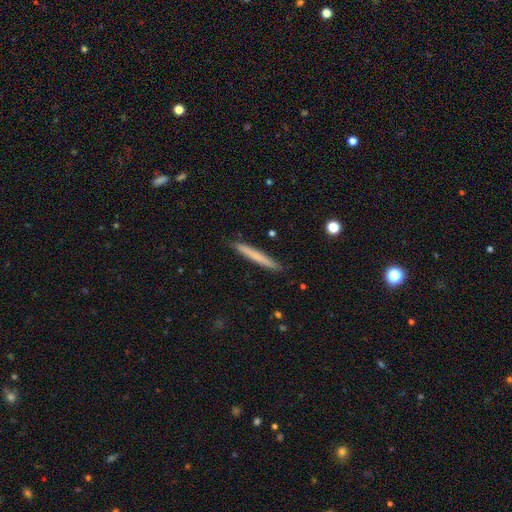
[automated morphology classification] smooth 68%, featured or disk 26%, star or artifact 5%. Down the decision tree: how rounded — cigar-shaped (97%); merging — none (91%).